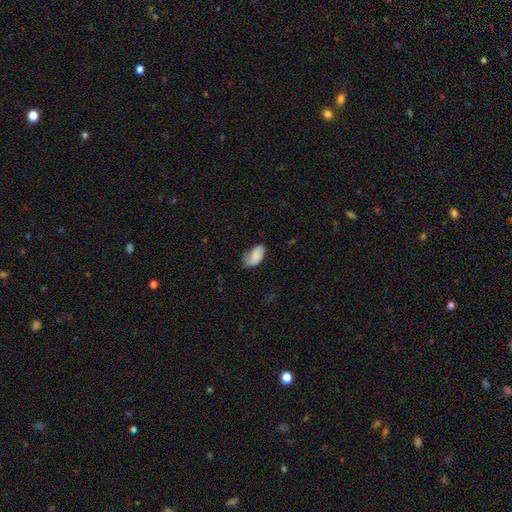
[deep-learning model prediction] Morphology: type=smooth (78%); roundness=in between (94%); merging=none (50%).